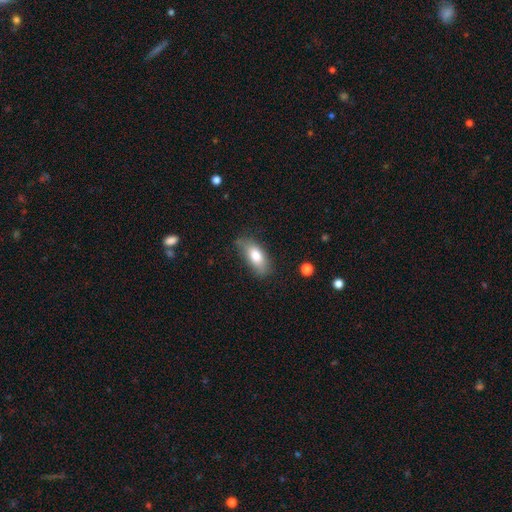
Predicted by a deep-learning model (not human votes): Smooth or featured: smooth — 78% (featured or disk — 15%)
How rounded: in between — 83% (cigar-shaped — 13%)
Merging: none — 70% (minor disturbance — 23%)